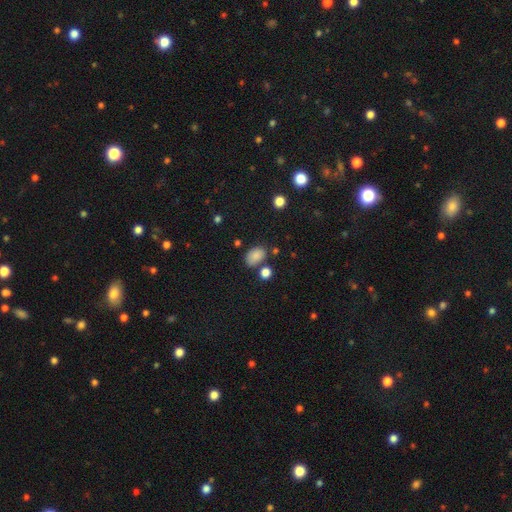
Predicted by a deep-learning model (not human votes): Smooth or featured? smooth (83%)
How rounded? in between (84%)
Merging? none (66%)